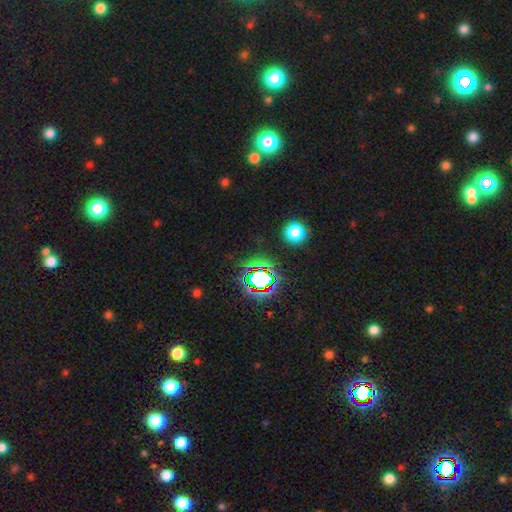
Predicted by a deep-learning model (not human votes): Overall: star or artifact (76%).